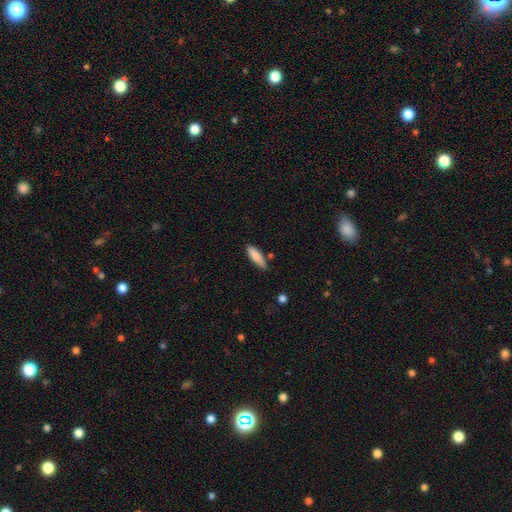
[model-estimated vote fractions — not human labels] This appears to be a smooth galaxy with no disk features (85%) that is cigar-shaped (60%). Merging: none (69%).